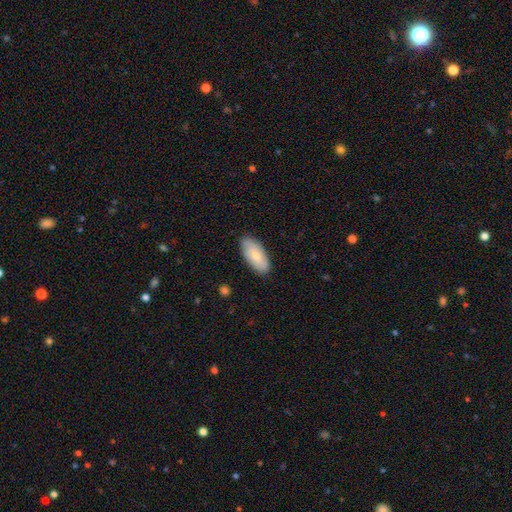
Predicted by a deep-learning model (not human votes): This is likely a smooth galaxy (71%). How rounded: clearly in between (90%). Merging: clearly none (81%).